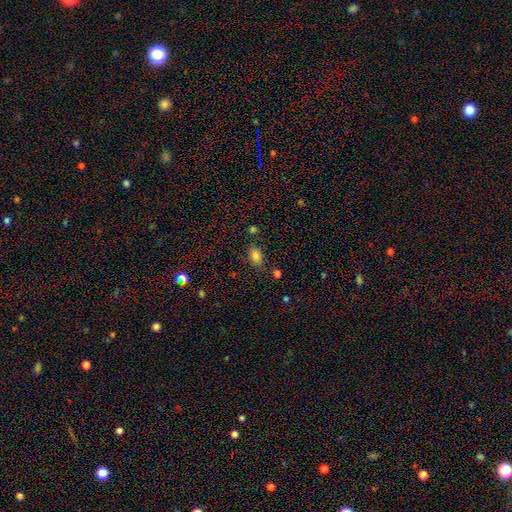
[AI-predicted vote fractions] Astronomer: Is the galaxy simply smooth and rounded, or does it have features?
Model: smooth — 81%.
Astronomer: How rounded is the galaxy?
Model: in between — 74%.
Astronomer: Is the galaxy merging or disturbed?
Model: none — 77%.